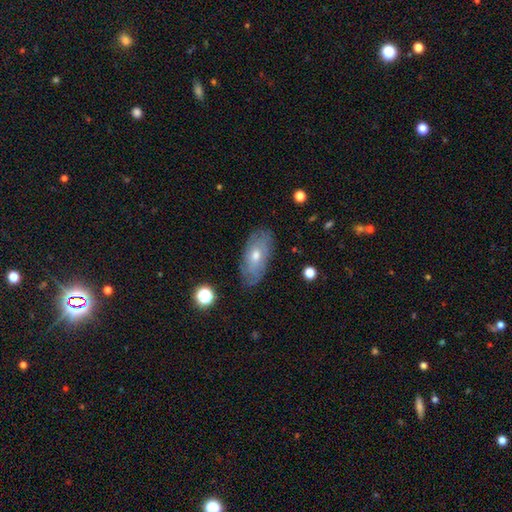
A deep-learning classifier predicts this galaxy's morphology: smooth-or-featured: featured or disk: 54% | smooth: 38% | star or artifact: 8%
  disk-edge-on: no: 86% | yes: 14%
  merging: none: 78% | minor disturbance: 17% | major disturbance: 4% | merger: 1%